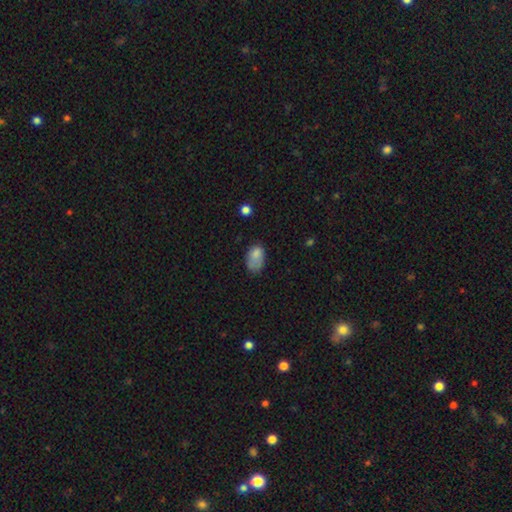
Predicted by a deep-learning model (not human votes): Q: Smooth or featured?
A: smooth (79%); runner-up: featured or disk (11%)
Q: How rounded?
A: in between (87%); runner-up: round (12%)
Q: Merging?
A: none (39%); runner-up: minor disturbance (36%)